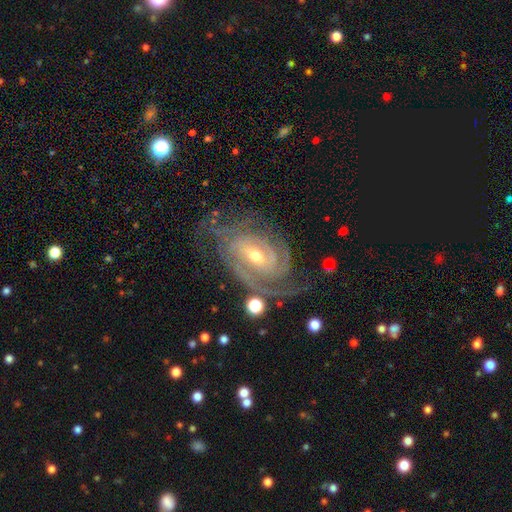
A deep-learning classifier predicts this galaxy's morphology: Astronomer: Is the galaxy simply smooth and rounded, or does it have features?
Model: featured or disk — 91%.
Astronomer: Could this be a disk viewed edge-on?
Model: no — 96%.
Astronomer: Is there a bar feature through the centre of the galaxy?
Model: weak — 43% (runner-up: no, 37%).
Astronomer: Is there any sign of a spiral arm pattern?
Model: yes — 98%.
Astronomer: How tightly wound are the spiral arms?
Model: tight — 69%.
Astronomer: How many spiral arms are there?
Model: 3 — 29% (runner-up: 2, 27%).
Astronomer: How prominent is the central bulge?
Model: moderate — 52% (runner-up: small, 44%).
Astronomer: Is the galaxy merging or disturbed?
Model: none — 67%.